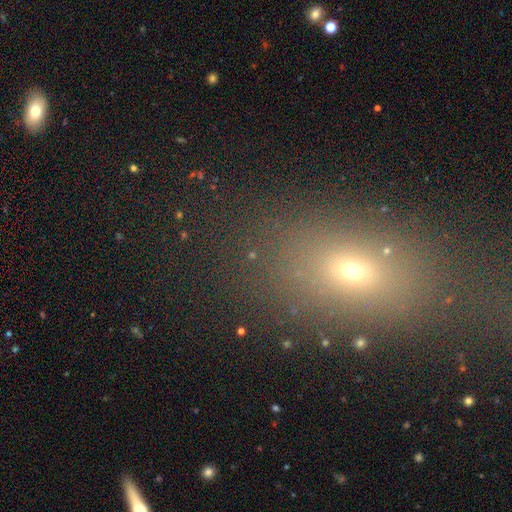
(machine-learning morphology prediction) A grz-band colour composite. It shows a smooth galaxy with no disk features (52%) that is in between round and cigar-shaped (64%). Merging: none (76%).